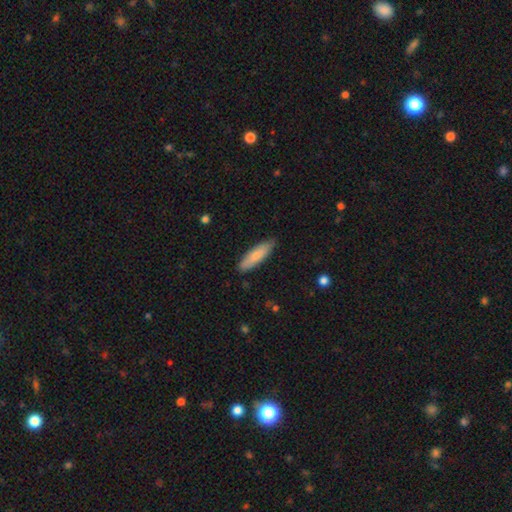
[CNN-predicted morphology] Q: Smooth or featured?
A: smooth (77%); runner-up: featured or disk (18%)
Q: How rounded?
A: cigar-shaped (58%); runner-up: in between (40%)
Q: Merging?
A: none (85%); runner-up: minor disturbance (12%)